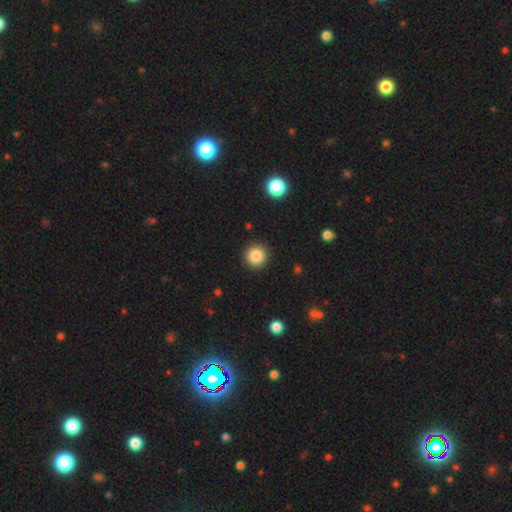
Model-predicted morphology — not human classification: Smooth or featured? smooth (85%)
How rounded? round (95%)
Merging? none (92%)